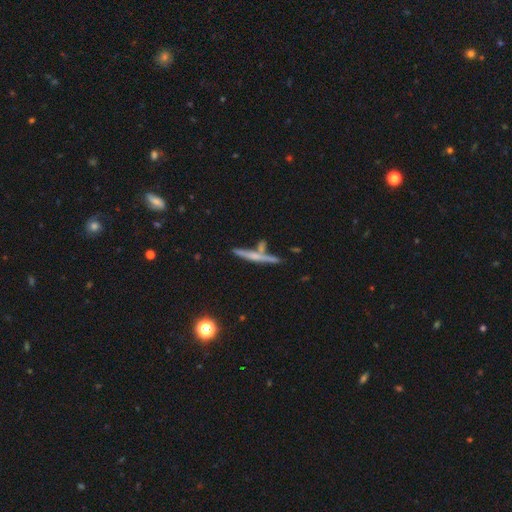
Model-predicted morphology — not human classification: smooth_or_featured: featured or disk (p=0.58) [alt: smooth p=0.34]
disk_edge_on: yes (p=0.95) [alt: no p=0.05]
edge_on_bulge: rounded (p=0.48) [alt: none p=0.43]
merging: none (p=0.69) [alt: merger p=0.16]